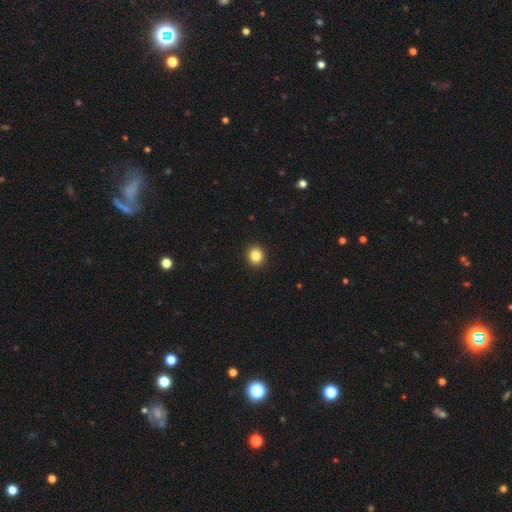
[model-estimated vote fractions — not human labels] A smooth galaxy with no disk features (85%) that is round (89%).

Vote fractions:
- Smooth or featured? smooth: 85% / star or artifact: 10% / featured or disk: 5%
- How rounded? round: 89% / in between: 10% / cigar-shaped: 1%
- Merging? none: 93% / minor disturbance: 5% / major disturbance: 2% / merger: 1%